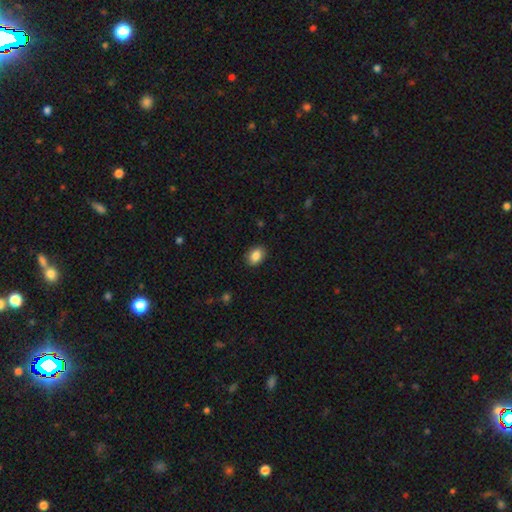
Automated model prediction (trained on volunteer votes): smooth-or-featured: smooth: 87% | star or artifact: 8% | featured or disk: 5%
  how-rounded: in between: 79% | round: 20% | cigar-shaped: 1%
  merging: none: 88% | minor disturbance: 9% | major disturbance: 2% | merger: 1%